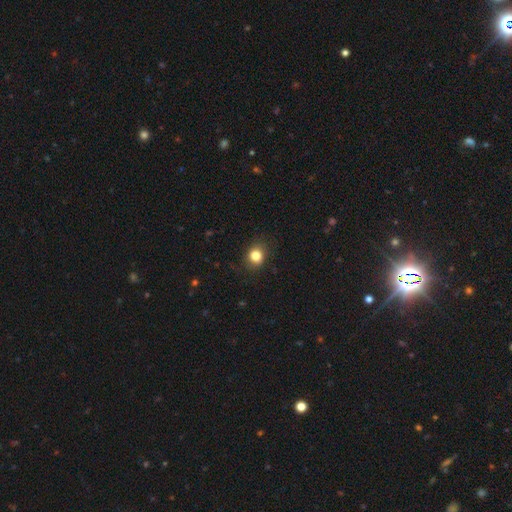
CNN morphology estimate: Q: Smooth or featured?
A: smooth (83%); runner-up: star or artifact (11%)
Q: How rounded?
A: round (68%); runner-up: in between (31%)
Q: Merging?
A: none (84%); runner-up: minor disturbance (12%)